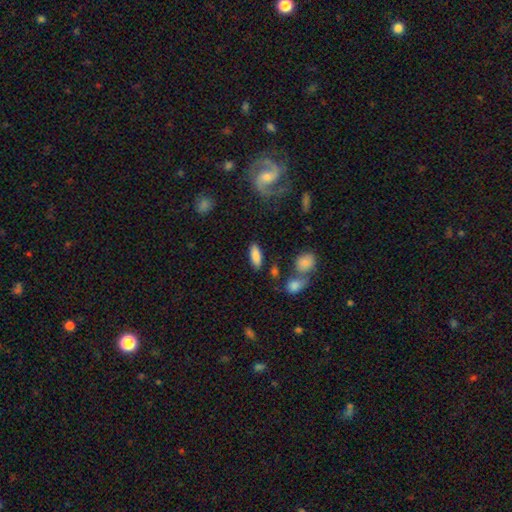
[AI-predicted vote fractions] Morphology: type=smooth (84%); roundness=in between (73%); merging=none (82%).